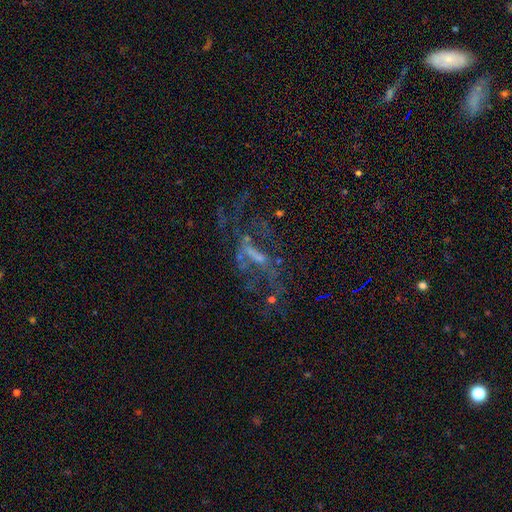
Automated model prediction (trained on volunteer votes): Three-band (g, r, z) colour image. It shows a featured or disk galaxy (63%) with no bar (39%), no spiral arms (56%) and no central bulge (44%). Merging: major disturbance (40%).